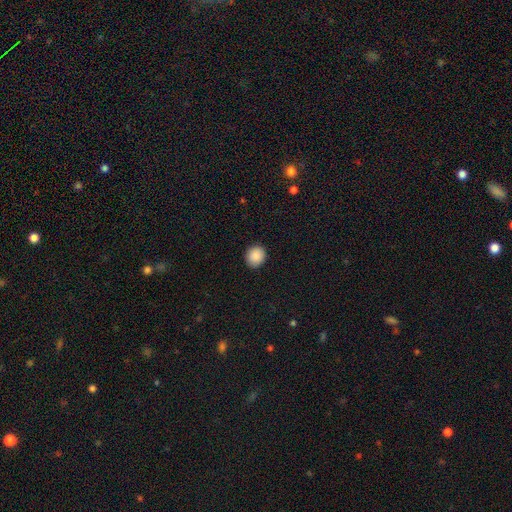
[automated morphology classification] Smooth or featured? Predicted: smooth (p=0.89). How rounded? Predicted: round (p=0.75). Merging? Predicted: none (p=0.90).